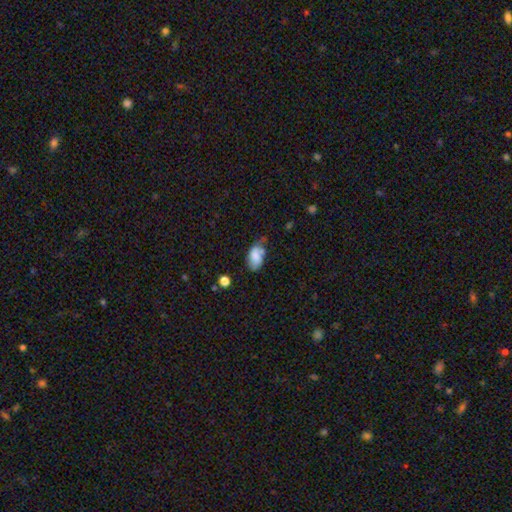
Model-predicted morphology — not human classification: smooth_or_featured: smooth (p=0.71) [alt: featured or disk p=0.20]
how_rounded: in between (p=0.91) [alt: round p=0.07]
merging: none (p=0.44) [alt: minor disturbance p=0.36]